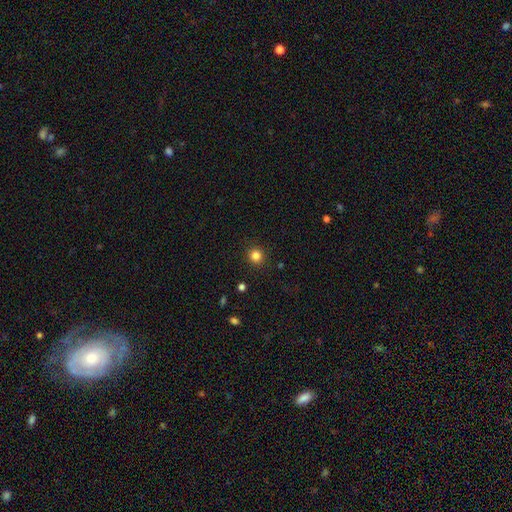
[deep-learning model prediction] The model was most divided on "smooth or featured": smooth: 84%, star or artifact: 12%, featured or disk: 4%. More confident: how rounded — round (93%); merging — none (91%).